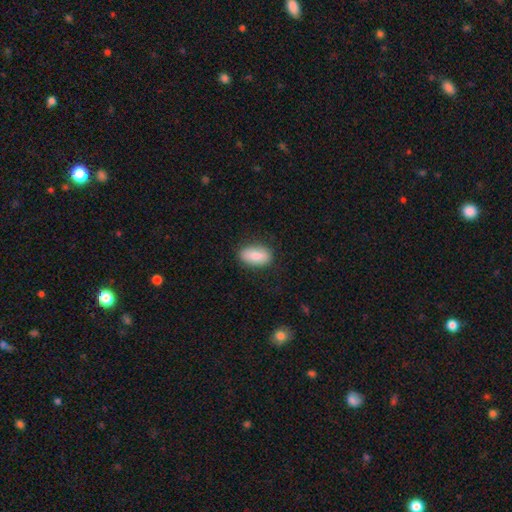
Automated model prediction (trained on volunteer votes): smooth-or-featured: smooth: 85% | featured or disk: 9% | star or artifact: 7%
  how-rounded: in between: 92% | round: 5% | cigar-shaped: 3%
  merging: none: 85% | minor disturbance: 12% | major disturbance: 3% | merger: 1%